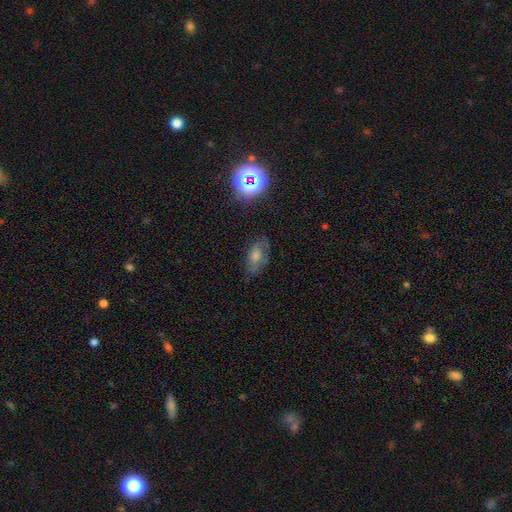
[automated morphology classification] type=smooth (43%); merging=none (72%).